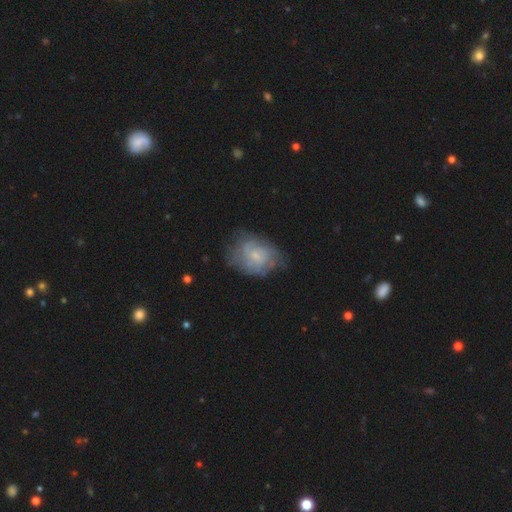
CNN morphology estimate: A featured or disk galaxy (66%) with no bar (67%), tight (55%) spiral arms (81%) and a small central bulge (69%). Merging: none (61%).